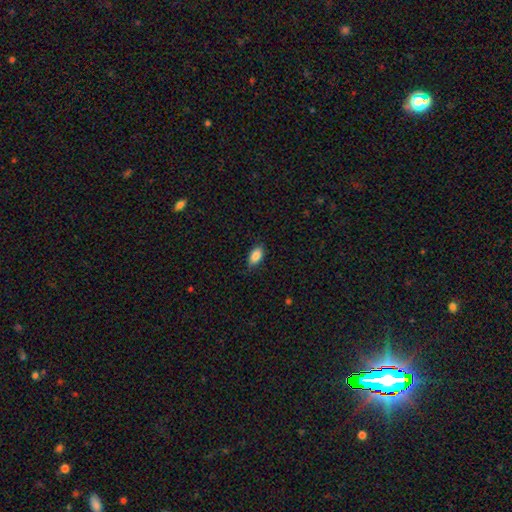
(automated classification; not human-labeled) Smooth or featured? Predicted: smooth (p=0.87). How rounded? Predicted: in between (p=0.91). Merging? Predicted: none (p=0.78).